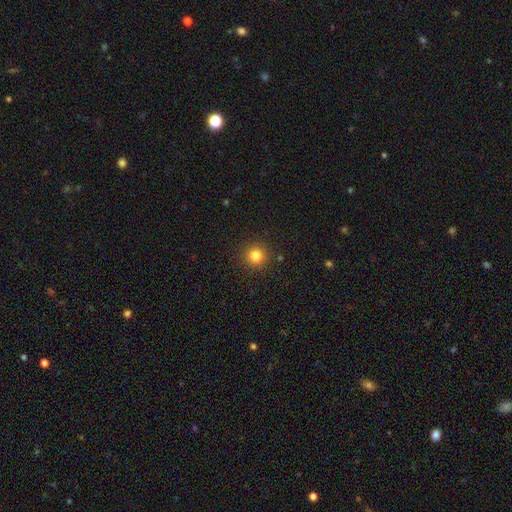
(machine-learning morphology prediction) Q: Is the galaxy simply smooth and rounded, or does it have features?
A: smooth — 81%.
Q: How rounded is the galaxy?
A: round — 94%.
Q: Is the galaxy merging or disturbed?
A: none — 91%.